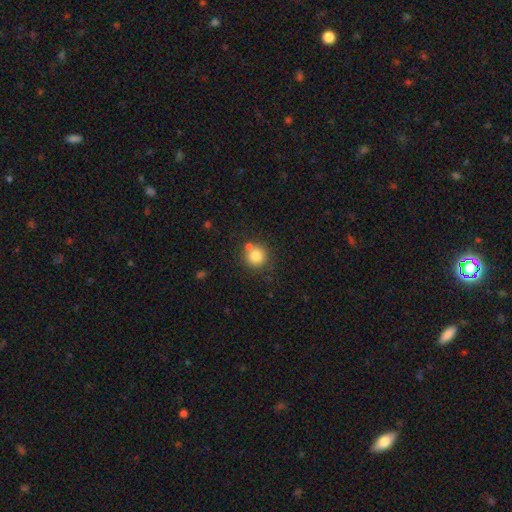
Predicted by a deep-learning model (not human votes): smooth_or_featured: smooth (p=0.81) [alt: star or artifact p=0.11]
how_rounded: round (p=0.92) [alt: in between p=0.07]
merging: none (p=0.69) [alt: merger p=0.18]